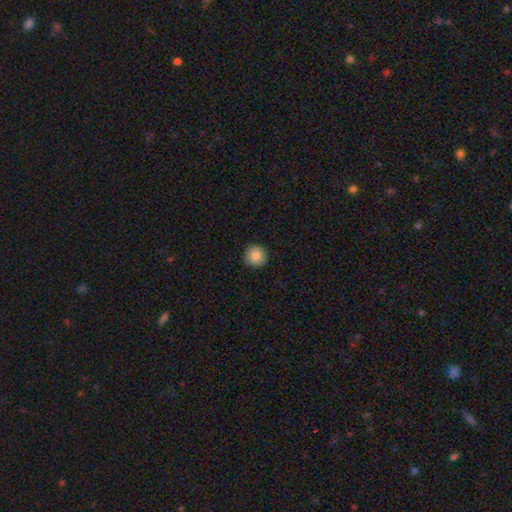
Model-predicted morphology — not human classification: smooth 86%, star or artifact 9%, featured or disk 5%. Down the decision tree: how rounded — round (95%); merging — none (93%).